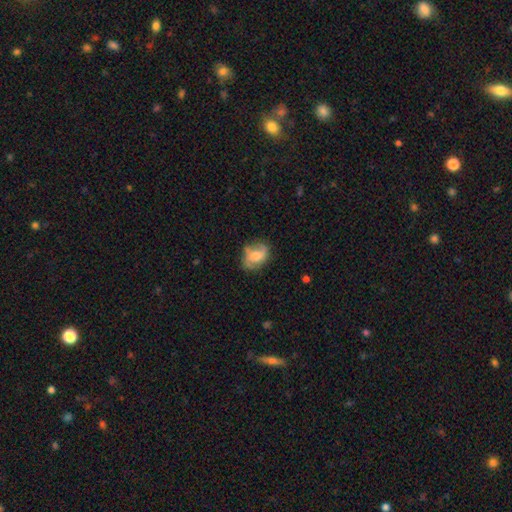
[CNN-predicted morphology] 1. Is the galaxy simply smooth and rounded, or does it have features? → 46% smooth (tied), 46% featured or disk (tied), 8% star or artifact.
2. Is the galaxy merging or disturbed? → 61% none, 26% minor disturbance, 10% major disturbance, 2% merger.